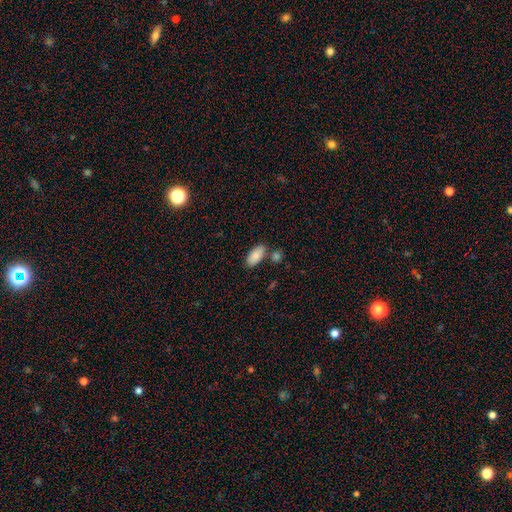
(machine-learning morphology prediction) Q: Smooth or featured?
A: smooth (86%); runner-up: featured or disk (8%)
Q: How rounded?
A: in between (93%); runner-up: cigar-shaped (5%)
Q: Merging?
A: none (72%); runner-up: minor disturbance (13%)